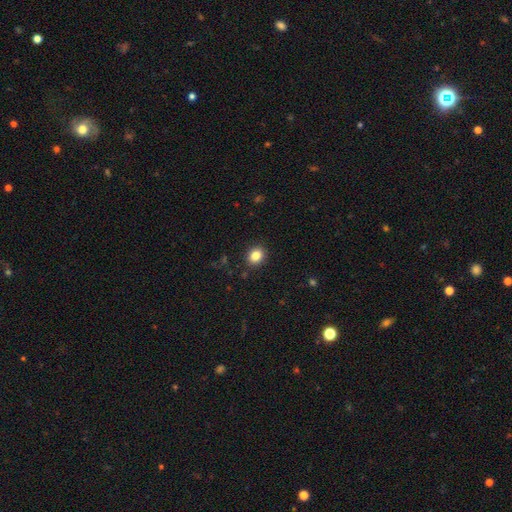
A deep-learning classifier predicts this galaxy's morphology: This appears to be a smooth galaxy with no disk features (84%) that is round (52%). Merging: none (89%).